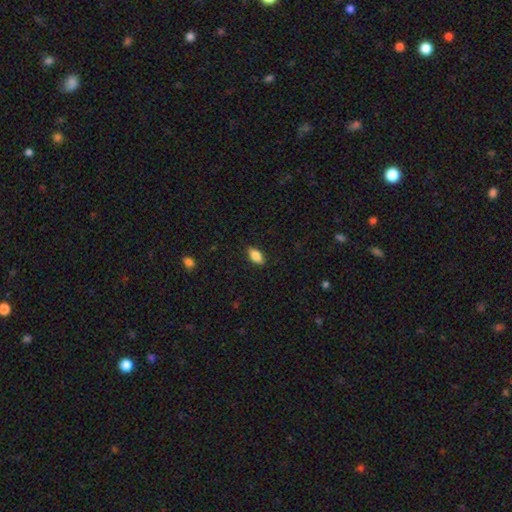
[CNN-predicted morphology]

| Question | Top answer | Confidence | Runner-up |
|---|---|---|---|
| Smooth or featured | smooth | 83% | featured or disk (10%) |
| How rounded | in between | 89% | cigar-shaped (7%) |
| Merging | none | 87% | minor disturbance (9%) |